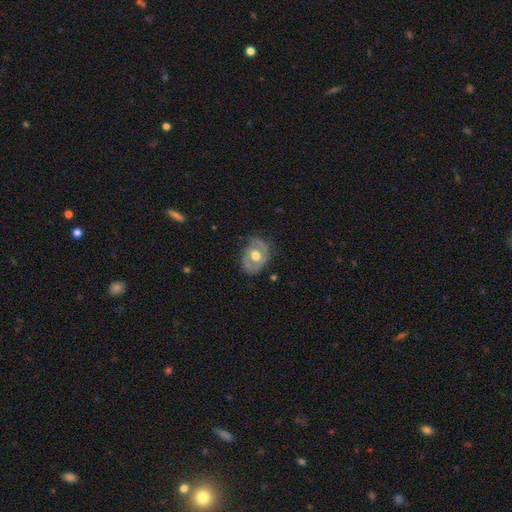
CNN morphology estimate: Smooth or featured? featured or disk (59%)
Edge-on disk? no (94%)
Bar? no (76%)
Spiral arms? no (55%)
Bulge size? moderate (67%)
Merging? none (64%)